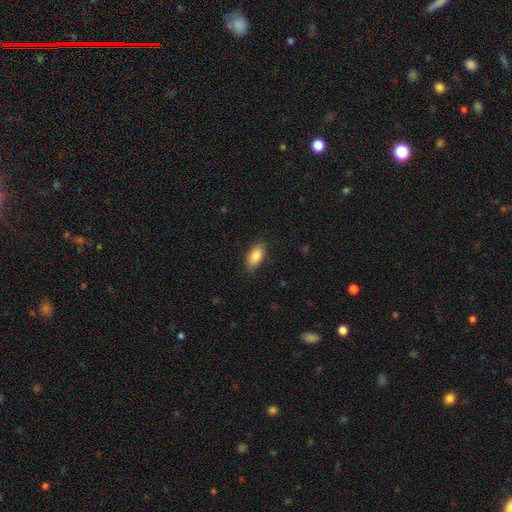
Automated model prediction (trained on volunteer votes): smooth 85%, featured or disk 8%, star or artifact 7%. Down the decision tree: how rounded — in between (90%); merging — none (84%).